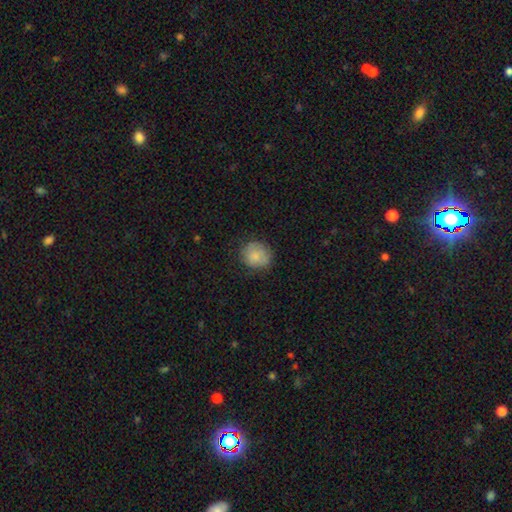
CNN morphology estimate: Smooth or featured? Predicted: smooth (p=0.80). How rounded? Predicted: round (p=0.80). Merging? Predicted: none (p=0.72).